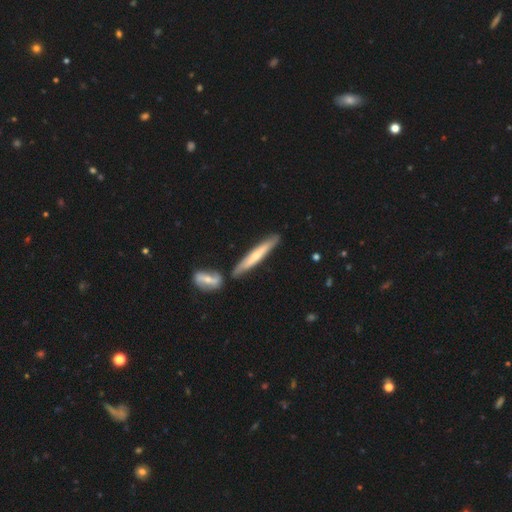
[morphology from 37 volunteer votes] A smooth galaxy with no disk features (57%) that is cigar-shaped (86%).

Vote fractions:
- Smooth or featured? smooth: 57% / featured or disk: 41% / star or artifact: 3%
- How rounded? cigar-shaped: 86% / in between: 10% / round: 5%
- Merging? none: 83% / merger: 11% / minor disturbance: 3% / major disturbance: 3%